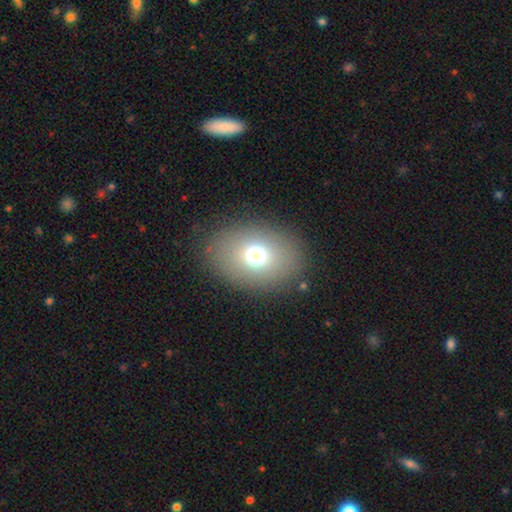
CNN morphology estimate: This is likely a smooth galaxy (70%). How rounded: likely in between (69%). Merging: clearly none (85%).